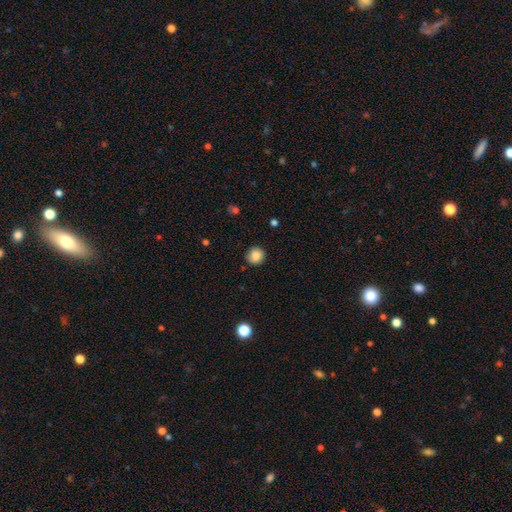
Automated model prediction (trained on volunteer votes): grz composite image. It shows a smooth galaxy with no disk features (86%) that is round (91%). Merging: none (87%).